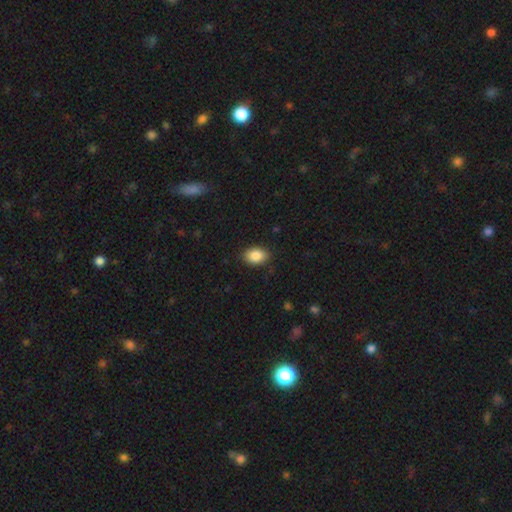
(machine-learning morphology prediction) smooth-or-featured: smooth: 87% | star or artifact: 8% | featured or disk: 5%
  how-rounded: in between: 85% | round: 14% | cigar-shaped: 1%
  merging: none: 87% | minor disturbance: 9% | major disturbance: 2% | merger: 1%